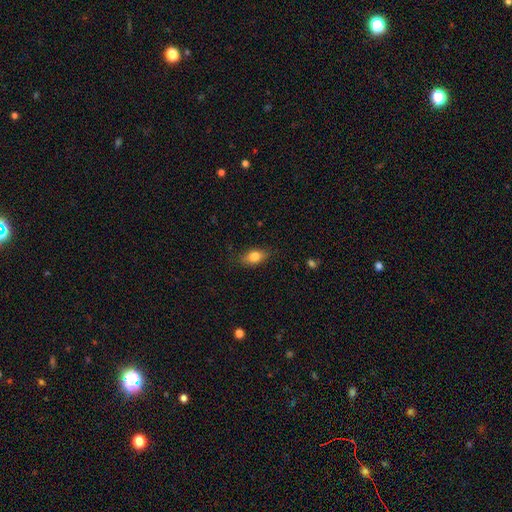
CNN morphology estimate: smooth-or-featured: smooth: 79% | featured or disk: 13% | star or artifact: 8%
  how-rounded: in between: 80% | round: 13% | cigar-shaped: 7%
  merging: none: 80% | minor disturbance: 15% | major disturbance: 3% | merger: 1%